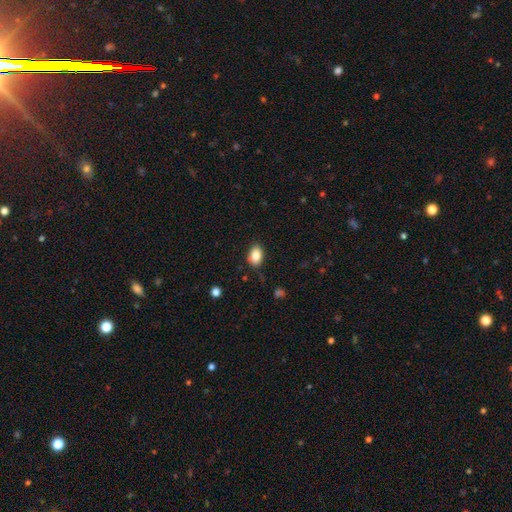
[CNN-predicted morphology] smooth_or_featured: smooth (p=0.87) [alt: star or artifact p=0.08]
how_rounded: in between (p=0.83) [alt: round p=0.16]
merging: none (p=0.85) [alt: minor disturbance p=0.11]